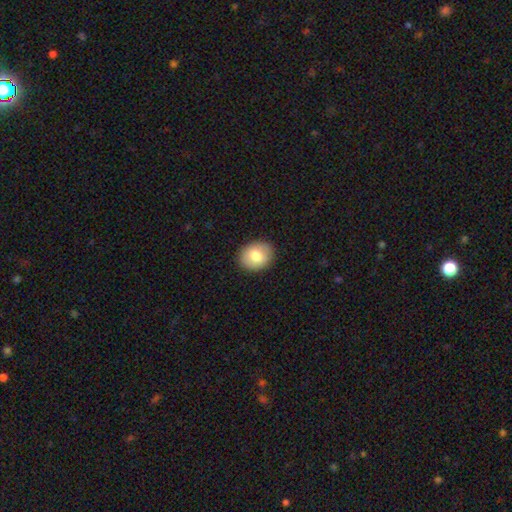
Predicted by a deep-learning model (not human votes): This appears to be a smooth galaxy with no disk features (76%) that is round (50%). Merging: none (88%).